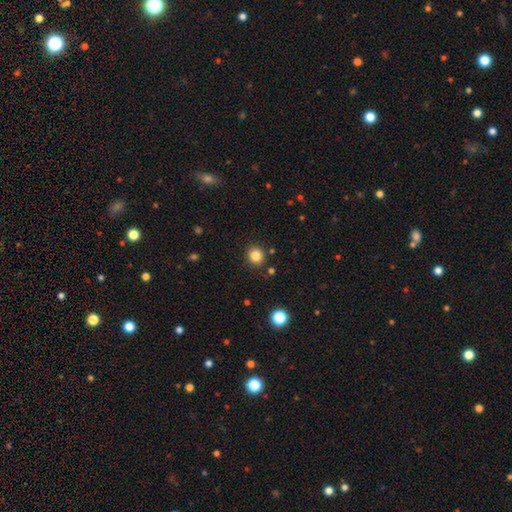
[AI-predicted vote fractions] Smooth or featured?
  - smooth: 83% *
  - star or artifact: 12%
  - featured or disk: 5%
How rounded?
  - round: 86% *
  - in between: 13%
  - cigar-shaped: 1%
Merging?
  - none: 88% *
  - minor disturbance: 7%
  - major disturbance: 2%
  - merger: 2%